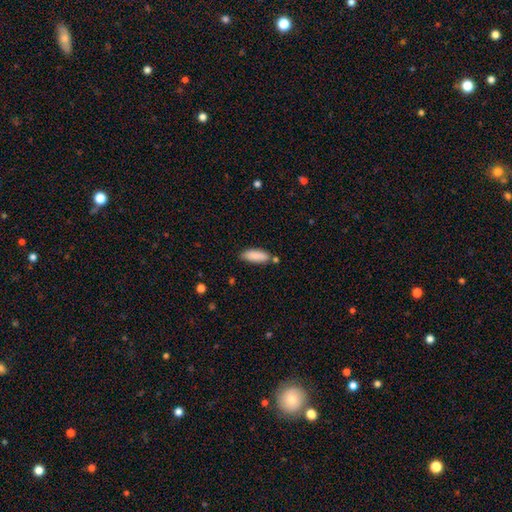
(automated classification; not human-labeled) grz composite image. It shows a smooth galaxy with no disk features (88%) that is in between round and cigar-shaped (70%). Merging: none (75%).